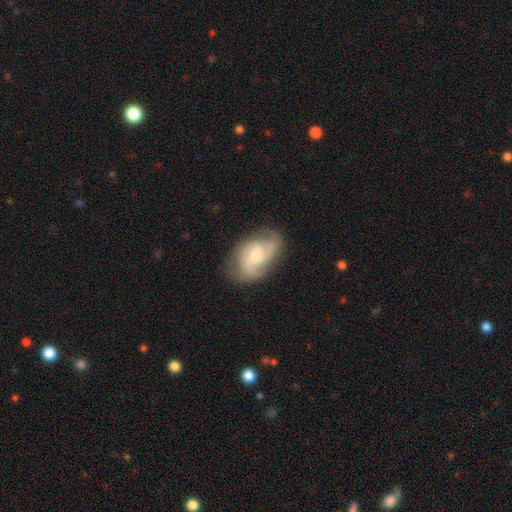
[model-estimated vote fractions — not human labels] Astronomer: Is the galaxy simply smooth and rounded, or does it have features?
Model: featured or disk — 66%.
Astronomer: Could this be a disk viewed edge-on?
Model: no — 97%.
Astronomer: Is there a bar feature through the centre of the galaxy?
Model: no — 55% (runner-up: weak, 38%).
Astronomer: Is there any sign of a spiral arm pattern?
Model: yes — 92%.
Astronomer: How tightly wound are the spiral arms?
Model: medium — 48% (runner-up: tight, 26%).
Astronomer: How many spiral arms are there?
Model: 2 — 37% (runner-up: 3, 32%).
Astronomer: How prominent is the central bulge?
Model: small — 40% (runner-up: moderate, 36%).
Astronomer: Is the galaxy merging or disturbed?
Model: none — 66%.